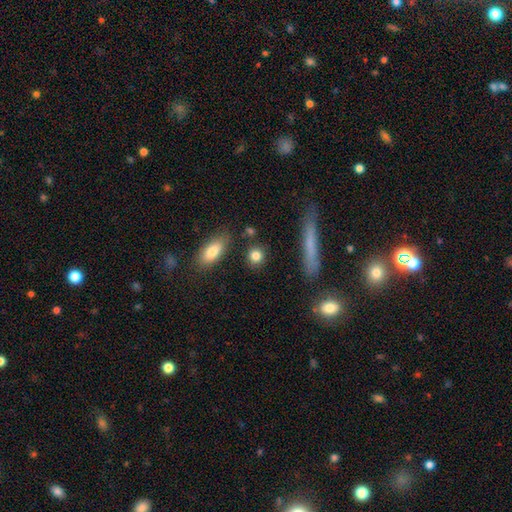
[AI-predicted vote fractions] smooth_or_featured: smooth (p=0.84) [alt: star or artifact p=0.08]
how_rounded: round (p=0.73) [alt: in between p=0.22]
merging: none (p=0.85) [alt: minor disturbance p=0.08]